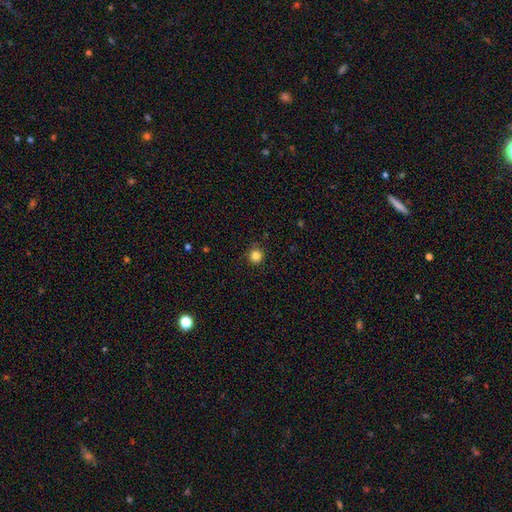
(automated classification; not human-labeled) Smooth or featured? Predicted: smooth (p=0.84). How rounded? Predicted: round (p=0.94). Merging? Predicted: none (p=0.90).